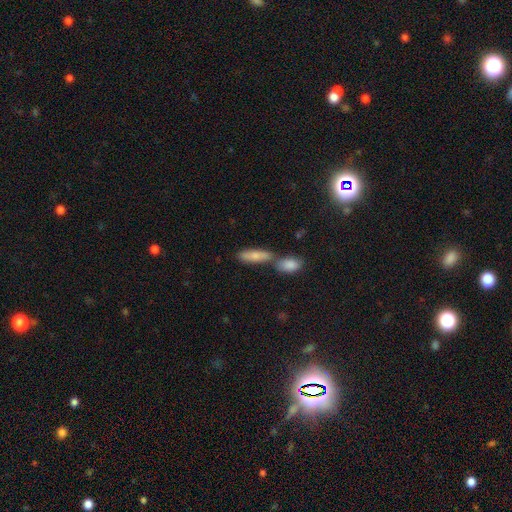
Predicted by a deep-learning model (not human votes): Q: Smooth or featured?
A: smooth (77%); runner-up: featured or disk (16%)
Q: How rounded?
A: in between (50%); runner-up: cigar-shaped (48%)
Q: Merging?
A: none (46%); runner-up: merger (41%)